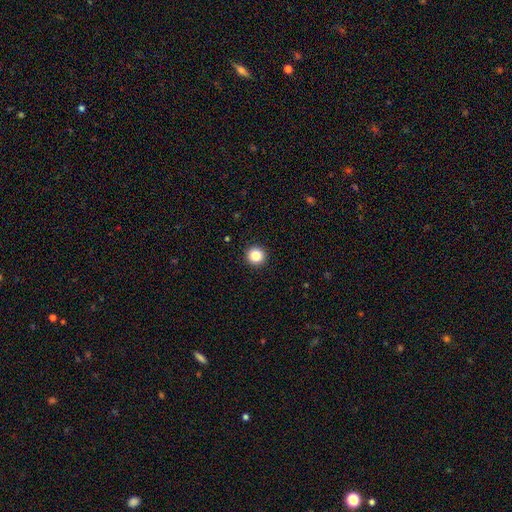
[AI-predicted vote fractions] smooth-or-featured: smooth: 85% | star or artifact: 11% | featured or disk: 4%
  how-rounded: round: 96% | in between: 3% | cigar-shaped: 1%
  merging: none: 94% | minor disturbance: 4% | major disturbance: 1% | merger: 1%